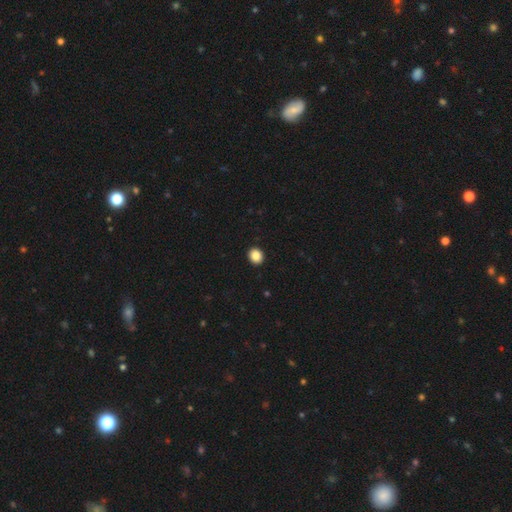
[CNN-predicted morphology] Q: Smooth or featured?
A: smooth (87%); runner-up: star or artifact (10%)
Q: How rounded?
A: round (75%); runner-up: in between (24%)
Q: Merging?
A: none (93%); runner-up: minor disturbance (5%)